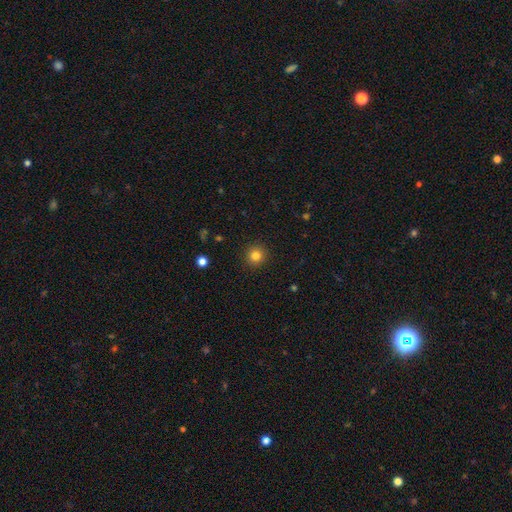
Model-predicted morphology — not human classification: A smooth galaxy with no disk features (82%) that is round (94%).

Vote fractions:
- Smooth or featured? smooth: 82% / star or artifact: 13% / featured or disk: 5%
- How rounded? round: 94% / in between: 5% / cigar-shaped: 1%
- Merging? none: 92% / minor disturbance: 5% / major disturbance: 2% / merger: 1%